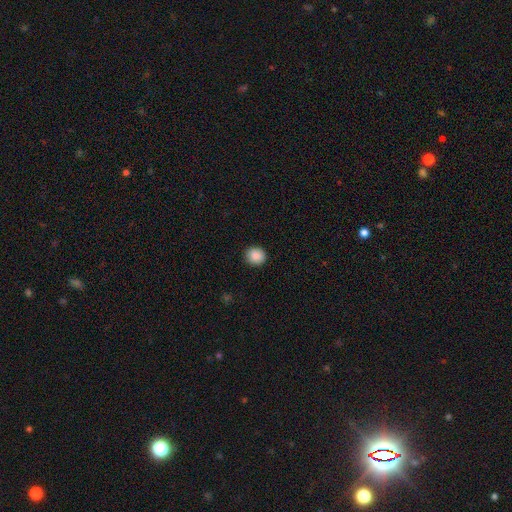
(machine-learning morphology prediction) Smooth or featured? smooth (88%)
How rounded? round (89%)
Merging? none (91%)